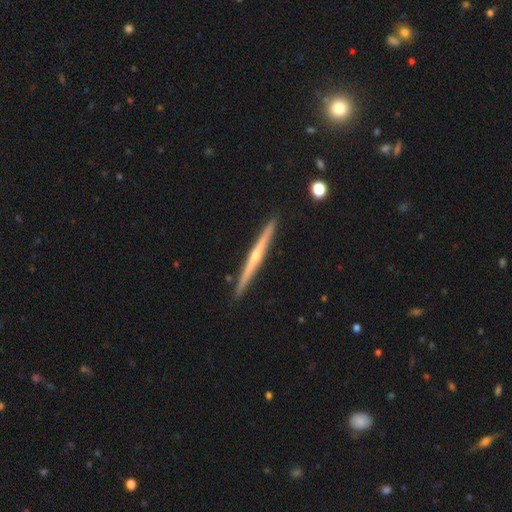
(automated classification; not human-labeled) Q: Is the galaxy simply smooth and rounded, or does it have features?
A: featured or disk — 78%.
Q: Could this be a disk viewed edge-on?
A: yes — 98%.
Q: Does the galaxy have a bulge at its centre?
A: rounded — 72%.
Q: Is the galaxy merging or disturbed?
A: none — 92%.